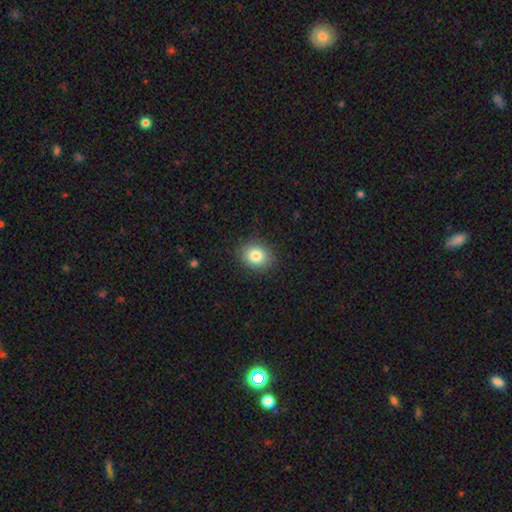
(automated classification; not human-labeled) Smooth or featured?
  - smooth: 83% *
  - star or artifact: 10%
  - featured or disk: 7%
How rounded?
  - round: 60% *
  - in between: 39%
  - cigar-shaped: 1%
Merging?
  - none: 88% *
  - minor disturbance: 9%
  - major disturbance: 2%
  - merger: 1%